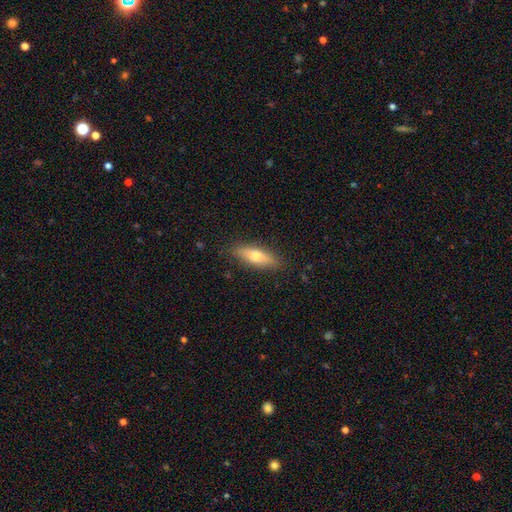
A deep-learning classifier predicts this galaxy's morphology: type=smooth (64%); roundness=cigar-shaped (51%); merging=none (86%).